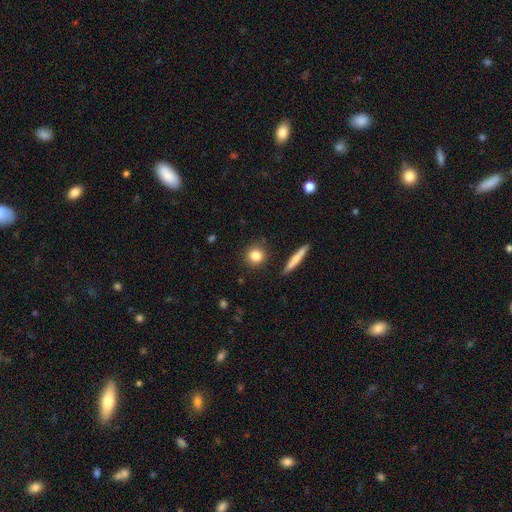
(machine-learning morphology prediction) Smooth or featured? Predicted: smooth (p=0.82). How rounded? Predicted: round (p=0.84). Merging? Predicted: none (p=0.88).